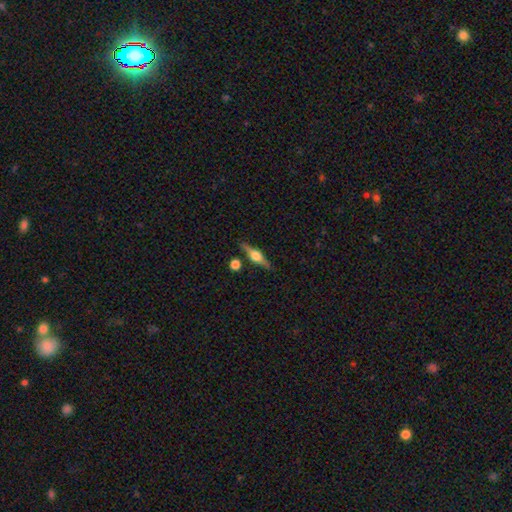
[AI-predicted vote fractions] Q: Smooth or featured?
A: featured or disk (75%); runner-up: smooth (18%)
Q: Edge-on disk?
A: yes (97%); runner-up: no (3%)
Q: Edge-on bulge?
A: rounded (92%); runner-up: boxy (6%)
Q: Merging?
A: none (84%); runner-up: minor disturbance (9%)